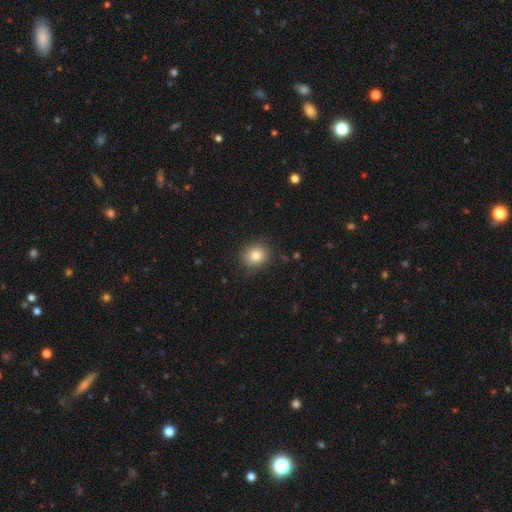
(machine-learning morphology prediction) Smooth or featured? smooth (82%)
How rounded? round (74%)
Merging? none (86%)